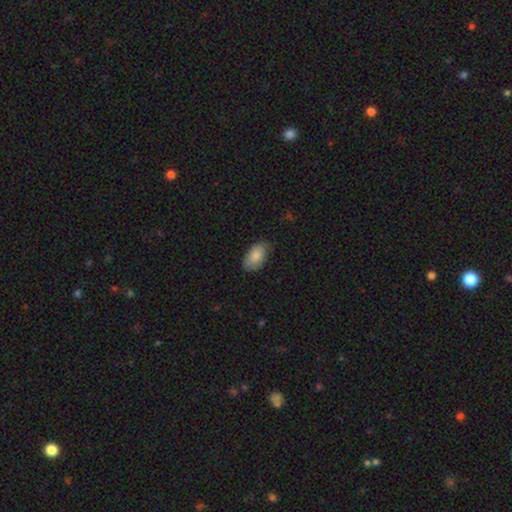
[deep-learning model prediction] smooth_or_featured: smooth (p=0.85) [alt: featured or disk p=0.09]
how_rounded: in between (p=0.93) [alt: round p=0.05]
merging: none (p=0.72) [alt: minor disturbance p=0.23]